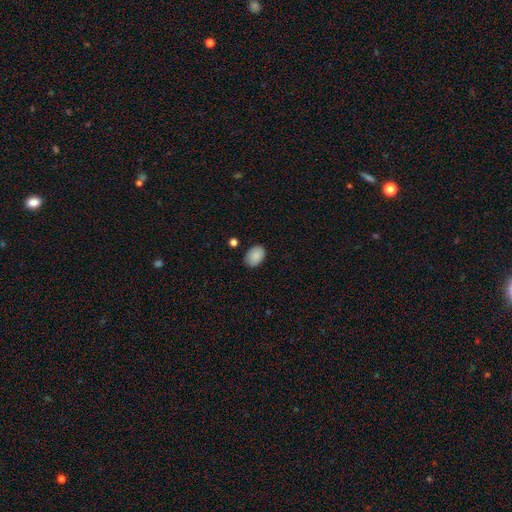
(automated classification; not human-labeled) A smooth galaxy with no disk features (88%) that is in between round and cigar-shaped (85%).

Vote fractions:
- Smooth or featured? smooth: 88% / star or artifact: 7% / featured or disk: 5%
- How rounded? in between: 85% / round: 14% / cigar-shaped: 1%
- Merging? none: 83% / minor disturbance: 12% / major disturbance: 3% / merger: 2%